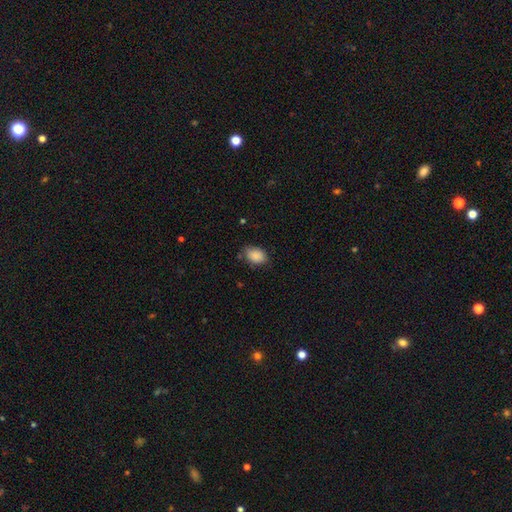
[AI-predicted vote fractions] The model was most divided on "merging": none: 74%, minor disturbance: 21%, major disturbance: 4%, merger: 1%. More confident: smooth or featured — smooth (88%); how rounded — in between (83%).